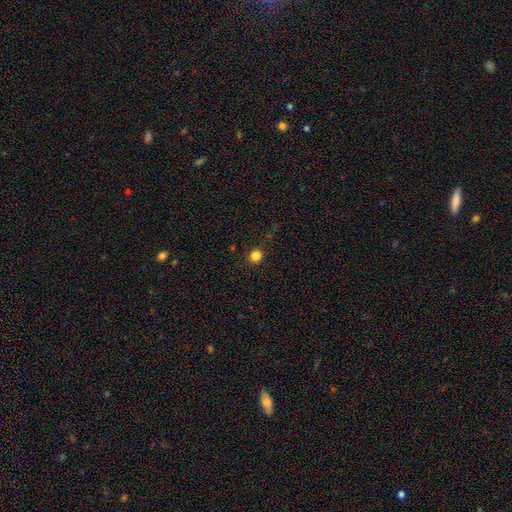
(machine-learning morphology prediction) The model was most divided on "smooth or featured": smooth: 83%, star or artifact: 13%, featured or disk: 4%. More confident: merging — none (89%); how rounded — round (86%).